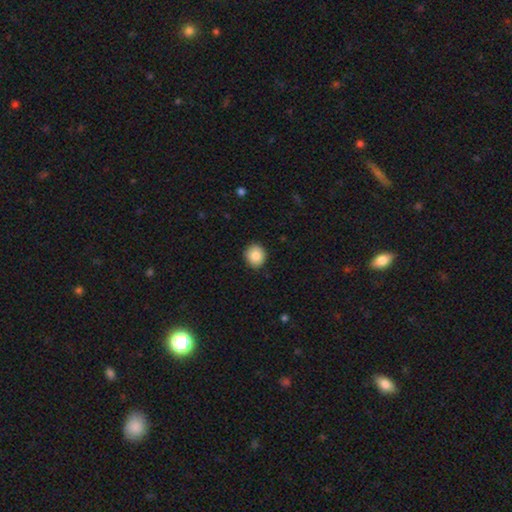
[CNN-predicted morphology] This is clearly a smooth galaxy (85%). How rounded: clearly round (81%). Merging: clearly none (88%).